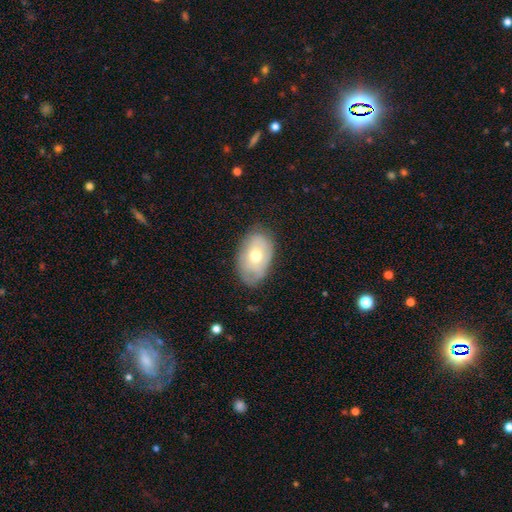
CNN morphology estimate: A smooth galaxy with no disk features (57%) that is in between round and cigar-shaped (89%). Merging: none (71%).